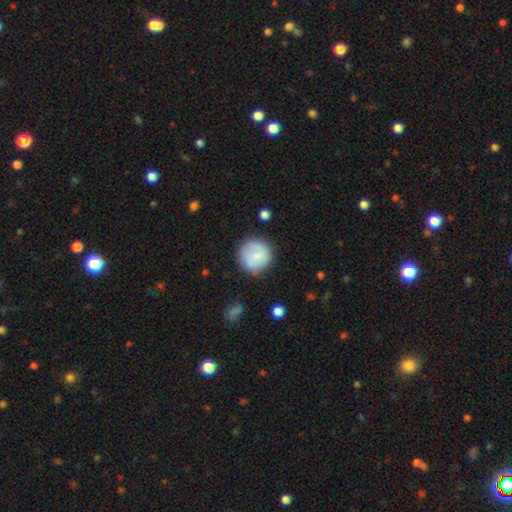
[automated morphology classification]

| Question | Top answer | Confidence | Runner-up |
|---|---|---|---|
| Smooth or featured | smooth | 75% | featured or disk (18%) |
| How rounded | round | 93% | in between (6%) |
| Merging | none | 75% | minor disturbance (16%) |